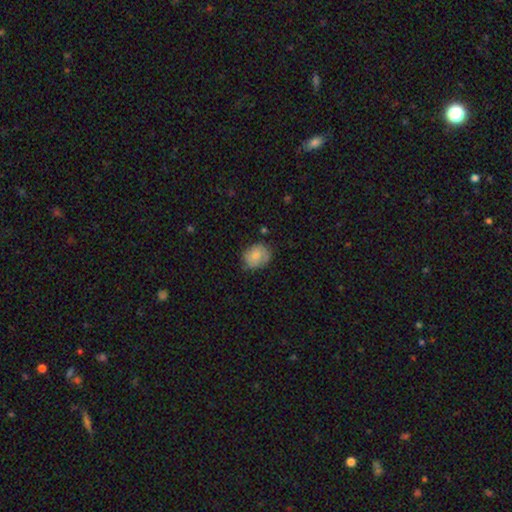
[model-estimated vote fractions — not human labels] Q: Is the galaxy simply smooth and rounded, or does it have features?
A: smooth — 77%.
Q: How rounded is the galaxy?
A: round — 54%.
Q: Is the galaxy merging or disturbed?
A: none — 69%.